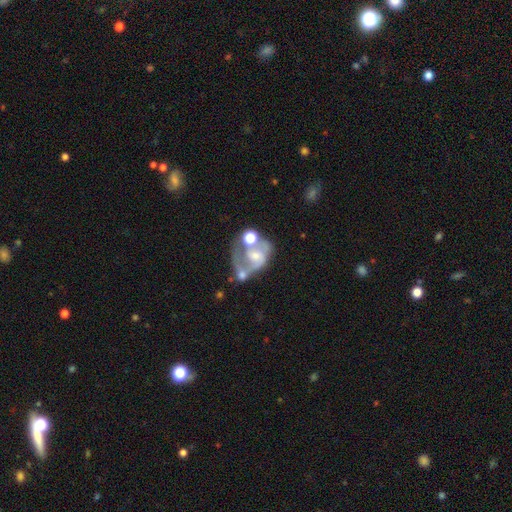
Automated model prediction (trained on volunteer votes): Q: Smooth or featured?
A: featured or disk (65%); runner-up: smooth (24%)
Q: Edge-on disk?
A: no (97%); runner-up: yes (3%)
Q: Bar?
A: no (59%); runner-up: weak (31%)
Q: Spiral arms?
A: yes (68%); runner-up: no (32%)
Q: Bulge size?
A: moderate (40%); tied with: small (40%)
Q: Merging?
A: merger (33%); runner-up: major disturbance (28%)